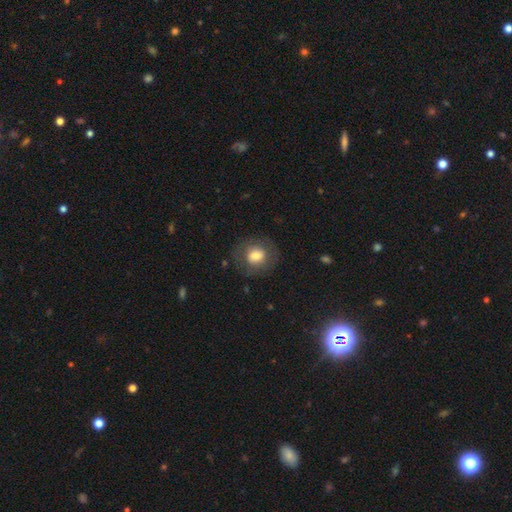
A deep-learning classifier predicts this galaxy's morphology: Overall: smooth (71%). How rounded: round (66%; in between 33%). Merging: none (76%).